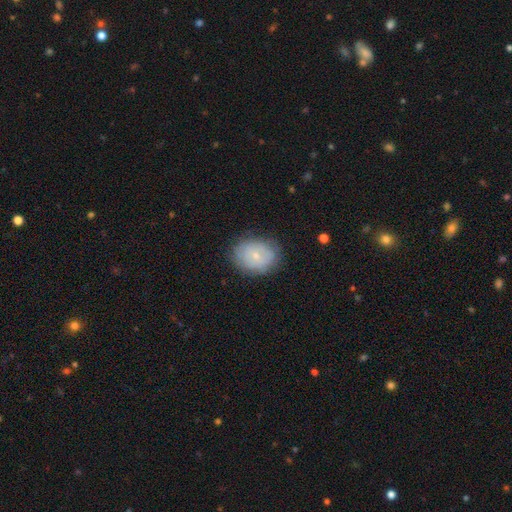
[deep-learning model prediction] This appears to be a smooth galaxy with no disk features (60%) that is in between round and cigar-shaped (55%). Merging: none (79%).